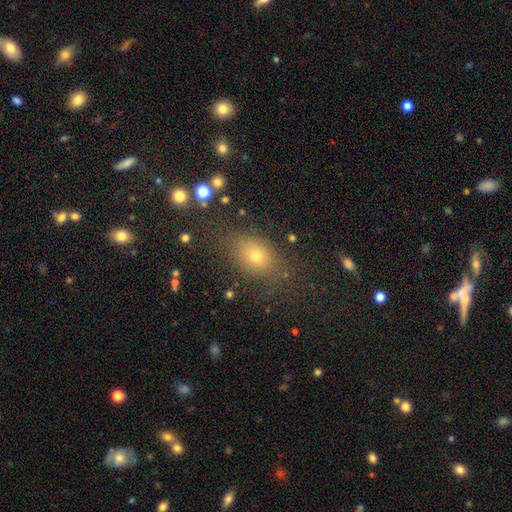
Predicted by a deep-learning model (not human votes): Smooth or featured? smooth (70%)
How rounded? in between (63%)
Merging? none (74%)